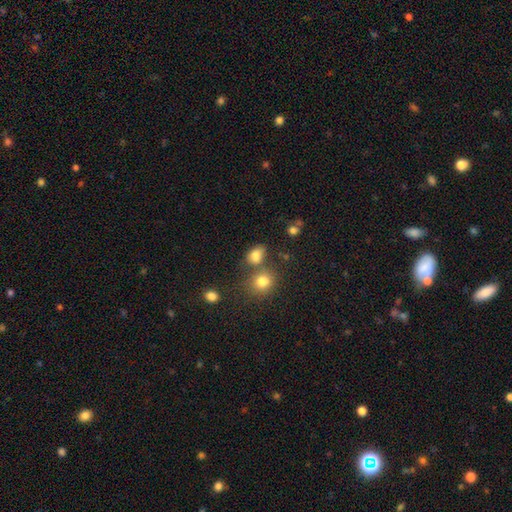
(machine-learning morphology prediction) Smooth or featured?
  - smooth: 81% *
  - star or artifact: 12%
  - featured or disk: 7%
How rounded?
  - in between: 74% *
  - round: 25%
  - cigar-shaped: 2%
Merging?
  - none: 57% *
  - merger: 23%
  - minor disturbance: 15%
  - major disturbance: 6%